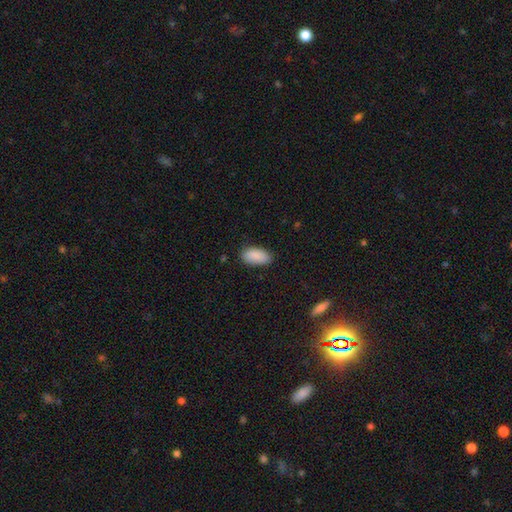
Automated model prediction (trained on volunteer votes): Smooth or featured? Predicted: smooth (p=0.89). How rounded? Predicted: in between (p=0.93). Merging? Predicted: none (p=0.82).